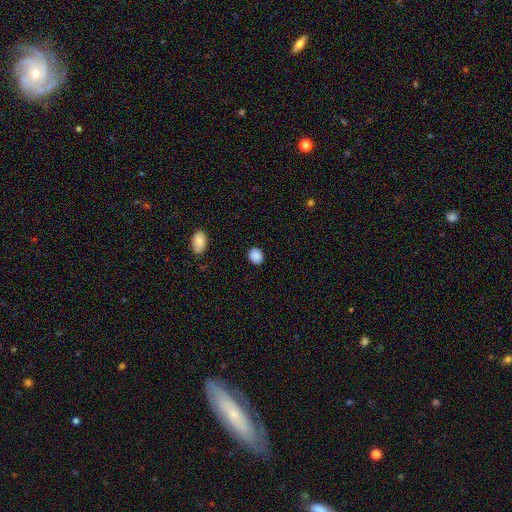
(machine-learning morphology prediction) Smooth or featured? smooth (88%)
How rounded? round (60%)
Merging? none (88%)